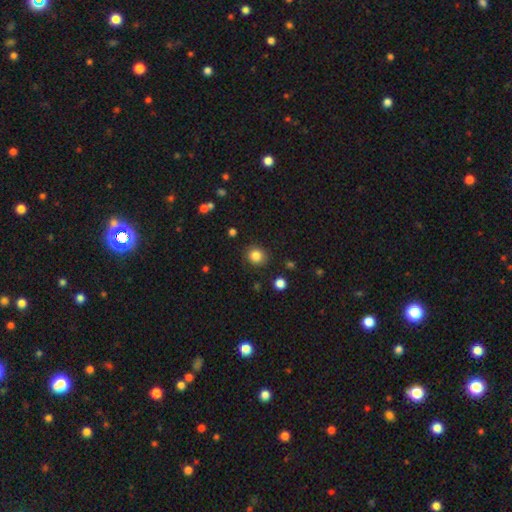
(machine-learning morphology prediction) type=smooth (84%); roundness=round (87%); merging=none (89%).